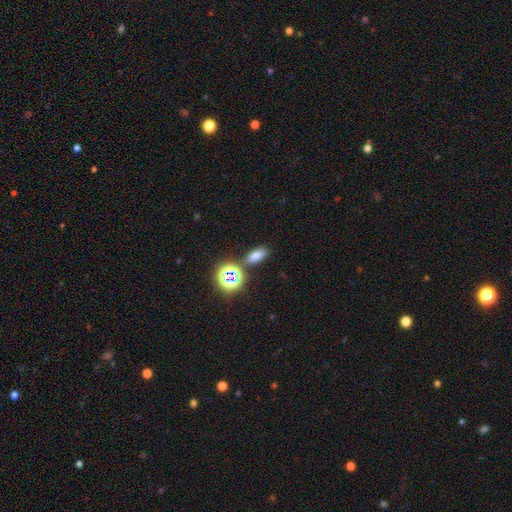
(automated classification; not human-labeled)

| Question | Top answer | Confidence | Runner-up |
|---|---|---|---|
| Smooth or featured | smooth | 69% | star or artifact (23%) |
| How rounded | in between | 80% | round (11%) |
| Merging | none | 79% | minor disturbance (10%) |